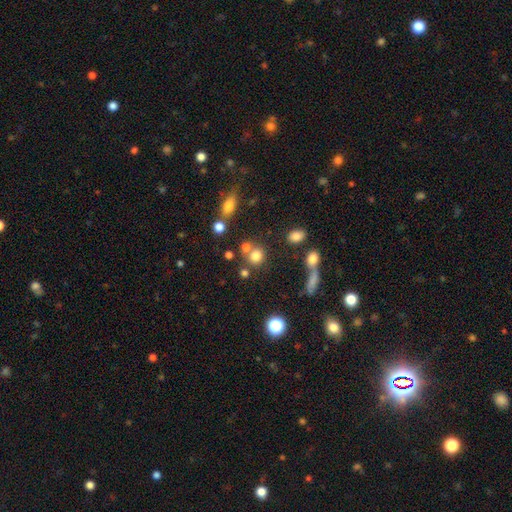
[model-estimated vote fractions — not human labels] Smooth or featured: smooth — 75% (star or artifact — 15%)
How rounded: round — 81% (in between — 17%)
Merging: none — 54% (merger — 31%)